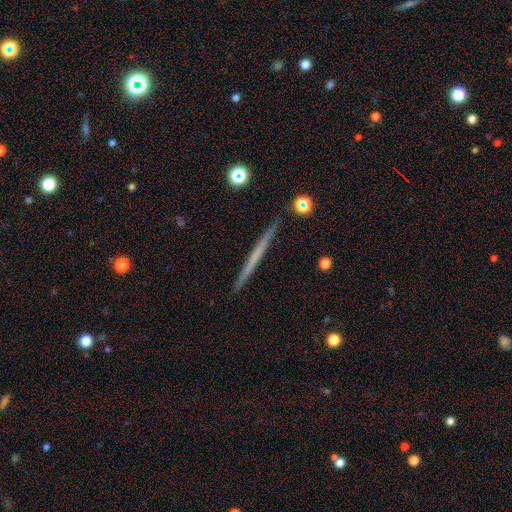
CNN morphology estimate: Smooth or featured? Predicted: featured or disk (p=0.52). Edge-on disk? Predicted: yes (p=0.97). Edge-on bulge? Predicted: none (p=0.92). Merging? Predicted: none (p=0.91).